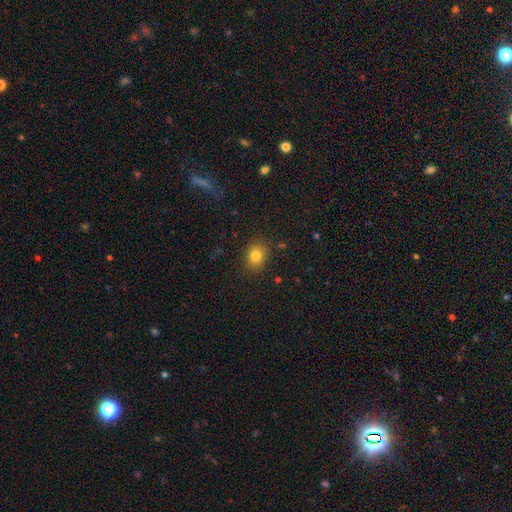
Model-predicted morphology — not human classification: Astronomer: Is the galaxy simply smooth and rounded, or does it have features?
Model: smooth — 82%.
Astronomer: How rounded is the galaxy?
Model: round — 53% (runner-up: in between, 46%).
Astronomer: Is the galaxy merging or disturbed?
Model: none — 85%.